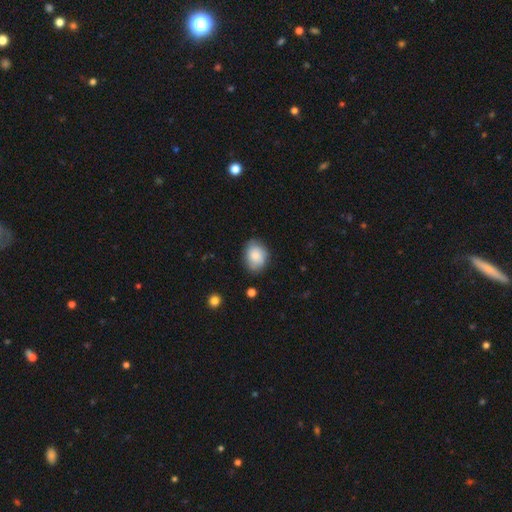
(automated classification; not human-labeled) A smooth galaxy with no disk features (83%) that is in between round and cigar-shaped (63%). Merging: none (76%).